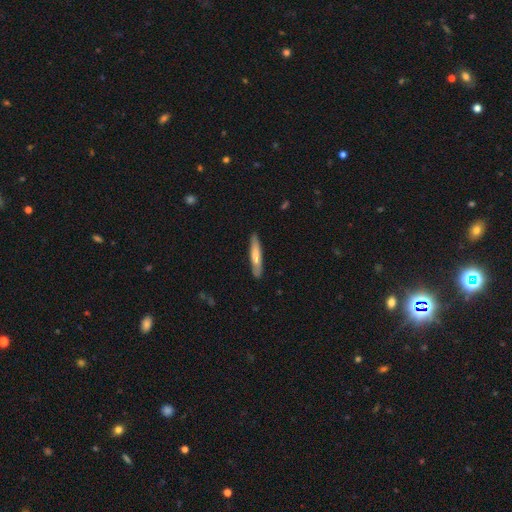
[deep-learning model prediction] Overall: smooth (68%). How rounded: cigar-shaped (90%). Merging: none (87%).